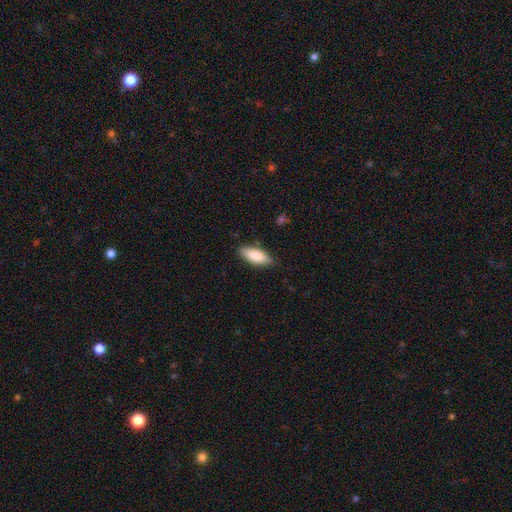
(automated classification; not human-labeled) Smooth or featured? Predicted: smooth (p=0.84). How rounded? Predicted: in between (p=0.80). Merging? Predicted: none (p=0.79).